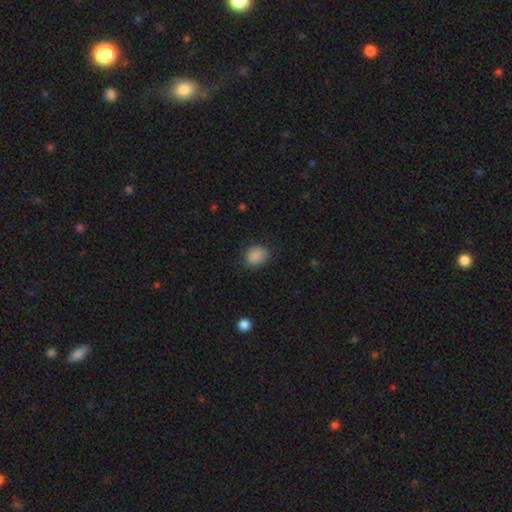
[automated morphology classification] Q: Smooth or featured?
A: smooth (88%); runner-up: star or artifact (9%)
Q: How rounded?
A: round (50%); runner-up: in between (49%)
Q: Merging?
A: none (78%); runner-up: minor disturbance (17%)